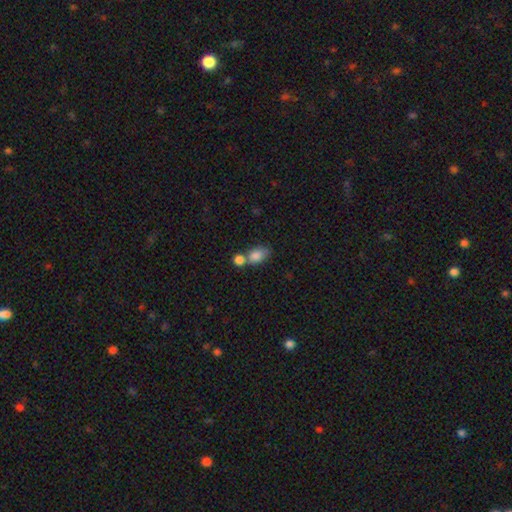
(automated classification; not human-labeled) This is clearly a smooth galaxy (83%). How rounded: likely in between (79%). Merging: possibly merger (46%).